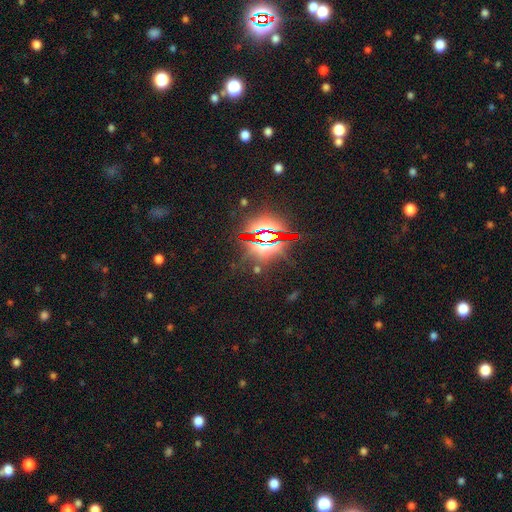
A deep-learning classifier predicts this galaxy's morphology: Smooth or featured: star or artifact — 85% (smooth — 8%)